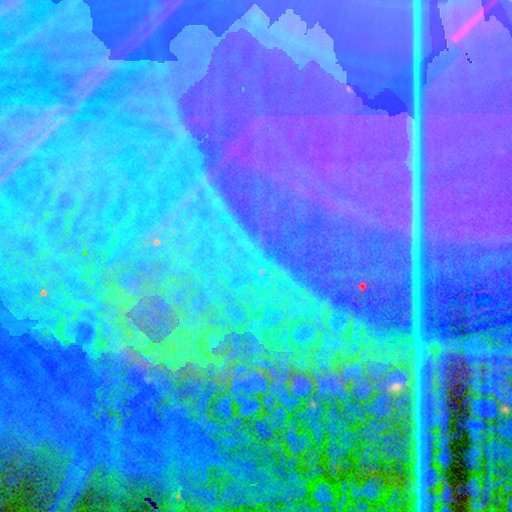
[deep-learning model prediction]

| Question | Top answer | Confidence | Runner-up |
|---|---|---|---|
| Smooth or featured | star or artifact | 85% | featured or disk (8%) |